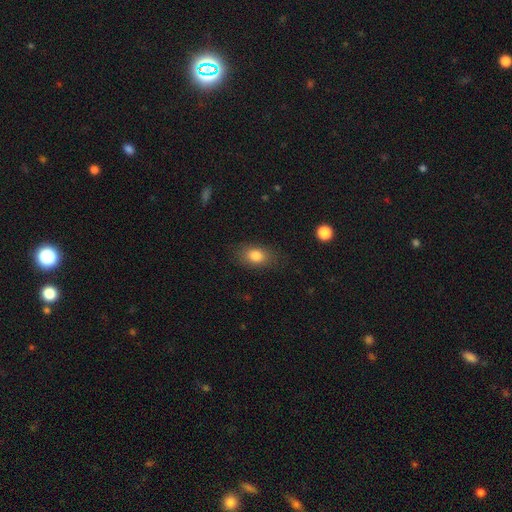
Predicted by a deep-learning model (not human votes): The model was most divided on "how rounded": in between: 80%, round: 18%, cigar-shaped: 2%. More confident: smooth or featured — smooth (82%); merging — none (82%).